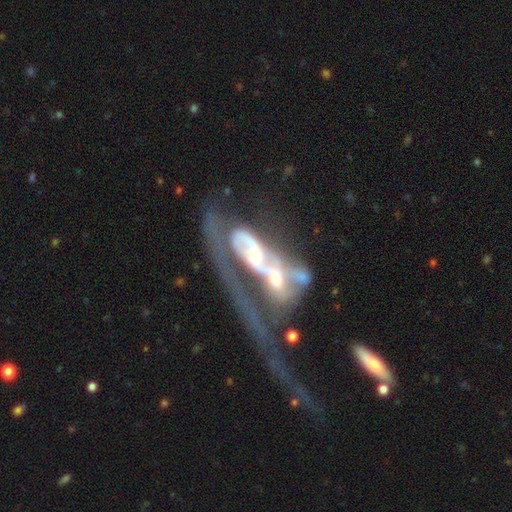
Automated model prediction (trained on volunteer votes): Overall: featured or disk (78%). Edge-on disk: no (88%). Bar: no (57%; weak 26%). Spiral arms: yes (62%; no 38%). Bulge size: moderate (47%; small 30%). Merging: merger (64%; major disturbance 25%).